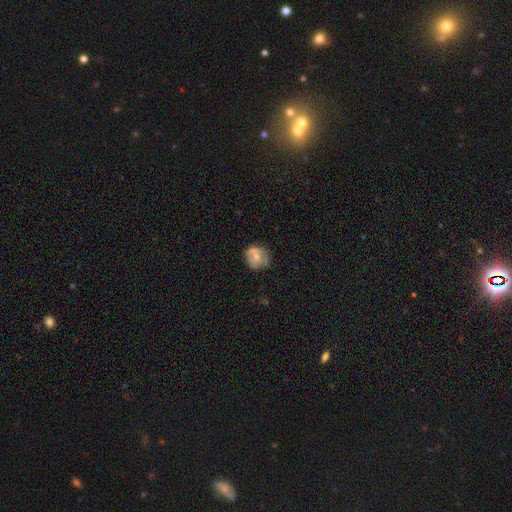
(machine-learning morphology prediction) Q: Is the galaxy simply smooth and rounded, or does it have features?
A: smooth — 59%.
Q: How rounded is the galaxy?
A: round — 78%.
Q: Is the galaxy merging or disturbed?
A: none — 59%.